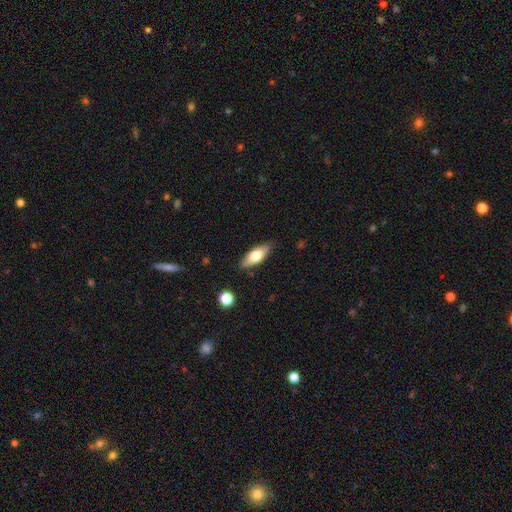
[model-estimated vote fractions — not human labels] smooth 67%, featured or disk 26%, star or artifact 6%. Down the decision tree: how rounded — in between (71%); merging — none (84%).